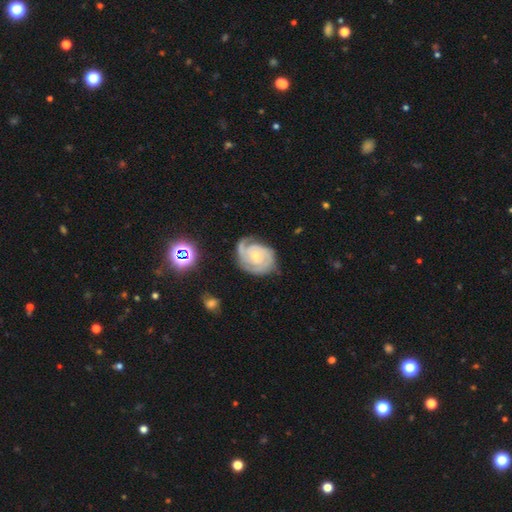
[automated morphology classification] smooth_or_featured: featured or disk (p=0.84) [alt: smooth p=0.10]
disk_edge_on: no (p=0.98) [alt: yes p=0.02]
bar: no (p=0.69) [alt: weak p=0.26]
has_spiral_arms: yes (p=0.96) [alt: no p=0.04]
spiral_winding: tight (p=0.63) [alt: medium p=0.30]
spiral_arm_count: 2 (p=0.43) [alt: 3 p=0.22]
bulge_size: small (p=0.65) [alt: moderate p=0.30]
merging: none (p=0.62) [alt: minor disturbance p=0.25]